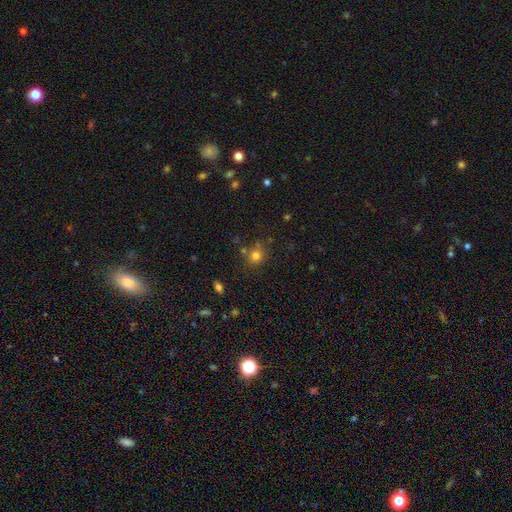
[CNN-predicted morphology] smooth-or-featured: smooth: 75% | star or artifact: 17% | featured or disk: 8%
  how-rounded: round: 80% | in between: 19% | cigar-shaped: 1%
  merging: none: 71% | minor disturbance: 13% | merger: 12% | major disturbance: 4%